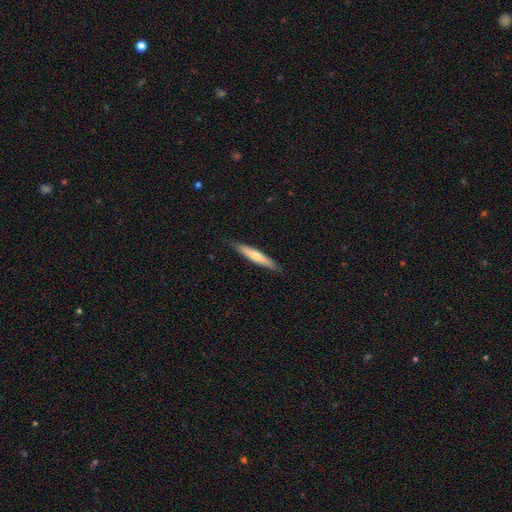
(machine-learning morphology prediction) Smooth or featured?
  - smooth: 57% *
  - featured or disk: 38%
  - star or artifact: 5%
How rounded?
  - cigar-shaped: 91% *
  - in between: 8%
  - round: 1%
Merging?
  - none: 87% *
  - minor disturbance: 11%
  - major disturbance: 2%
  - merger: 1%